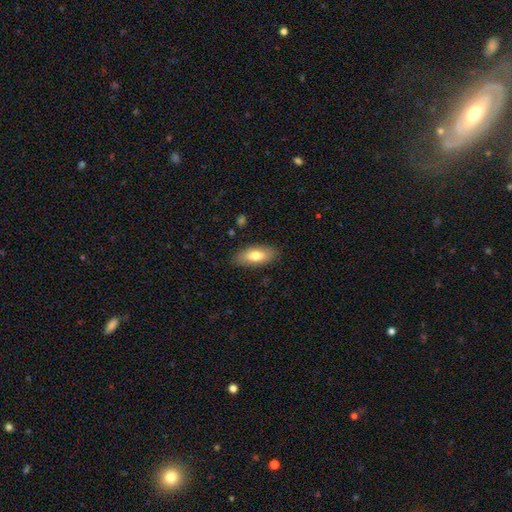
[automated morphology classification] smooth_or_featured: smooth (p=0.73) [alt: featured or disk p=0.21]
how_rounded: in between (p=0.83) [alt: cigar-shaped p=0.14]
merging: none (p=0.86) [alt: minor disturbance p=0.11]